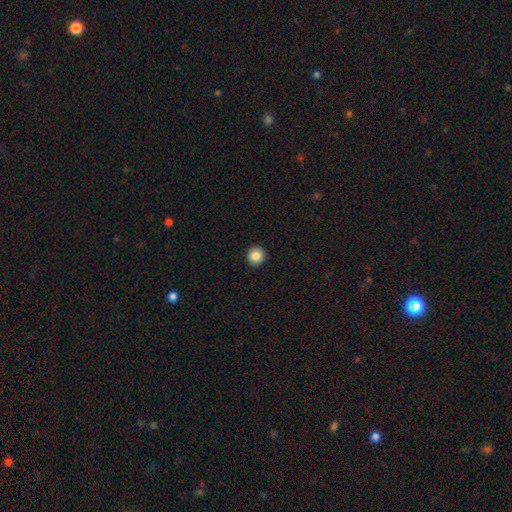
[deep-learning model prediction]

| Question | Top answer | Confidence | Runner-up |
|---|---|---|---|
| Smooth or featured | smooth | 86% | star or artifact (9%) |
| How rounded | round | 92% | in between (7%) |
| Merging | none | 93% | minor disturbance (4%) |